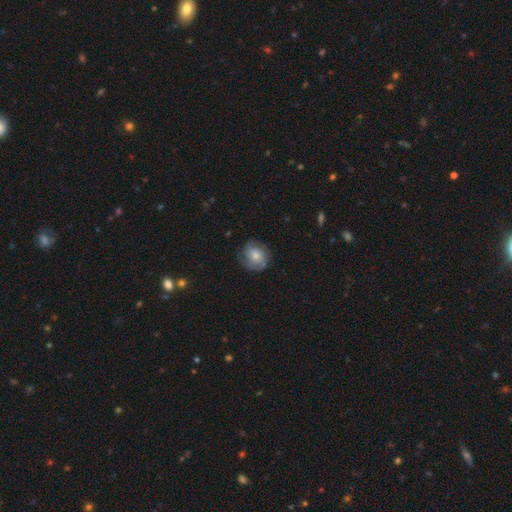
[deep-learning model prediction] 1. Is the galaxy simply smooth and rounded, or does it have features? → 60% smooth, 32% featured or disk, 8% star or artifact.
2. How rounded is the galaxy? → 77% round, 22% in between, 1% cigar-shaped.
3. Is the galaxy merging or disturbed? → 70% none, 22% minor disturbance, 7% major disturbance, 1% merger.